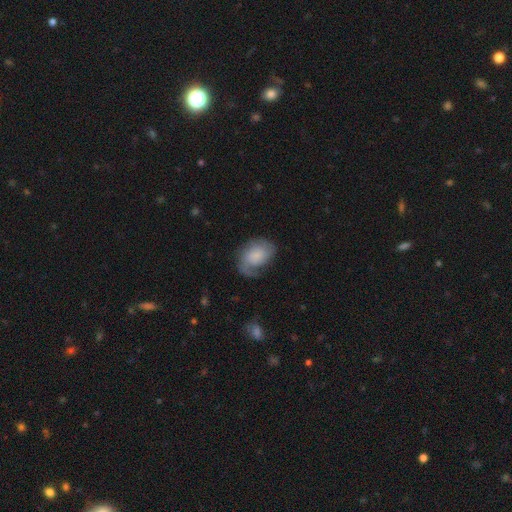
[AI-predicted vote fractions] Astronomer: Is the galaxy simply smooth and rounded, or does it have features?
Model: smooth — 47% (runner-up: featured or disk, 45%).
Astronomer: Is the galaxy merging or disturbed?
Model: none — 49% (runner-up: minor disturbance, 28%).